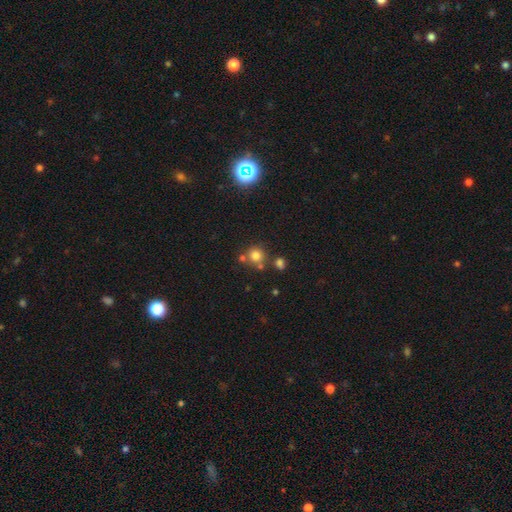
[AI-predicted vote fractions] smooth-or-featured: smooth: 75% | star or artifact: 16% | featured or disk: 9%
  how-rounded: round: 88% | in between: 11% | cigar-shaped: 1%
  merging: none: 63% | merger: 22% | minor disturbance: 10% | major disturbance: 4%